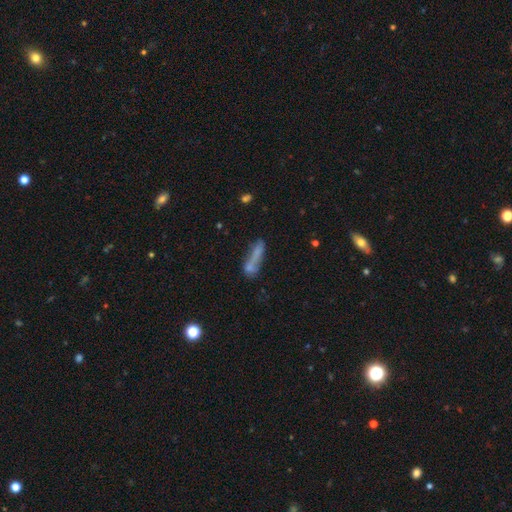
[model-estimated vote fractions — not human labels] Smooth or featured?
  - smooth: 61% *
  - featured or disk: 27%
  - star or artifact: 12%
How rounded?
  - cigar-shaped: 72% *
  - in between: 25%
  - round: 3%
Merging?
  - none: 40% *
  - merger: 28%
  - minor disturbance: 19%
  - major disturbance: 13%